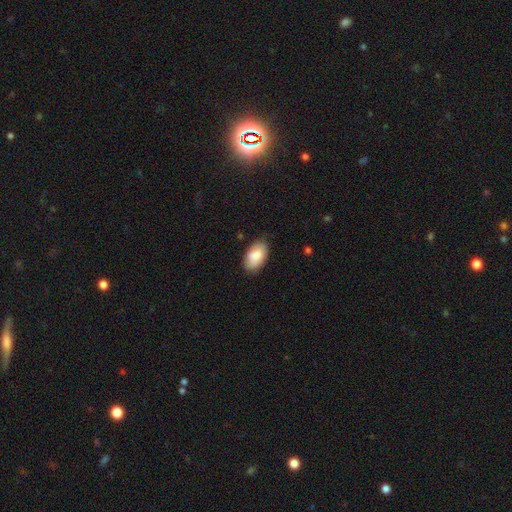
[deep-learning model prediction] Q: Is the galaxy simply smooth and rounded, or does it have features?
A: smooth — 86%.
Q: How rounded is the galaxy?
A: in between — 95%.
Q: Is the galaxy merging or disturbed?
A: none — 83%.